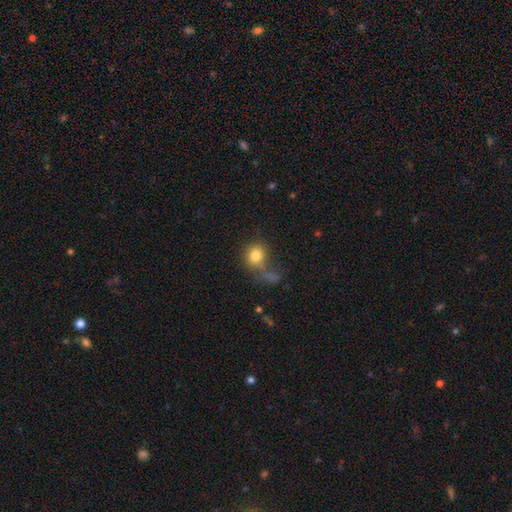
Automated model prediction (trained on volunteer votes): smooth 80%, star or artifact 11%, featured or disk 9%. Down the decision tree: how rounded — round (76%); merging — none (47%).